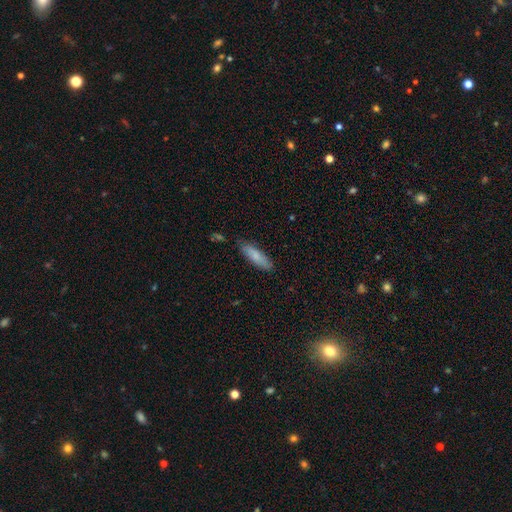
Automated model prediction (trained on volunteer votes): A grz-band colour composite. It shows a smooth galaxy with no disk features (80%) that is cigar-shaped (54%). Merging: none (81%).